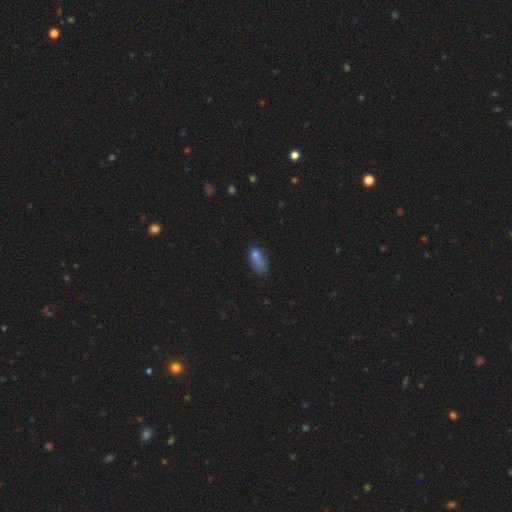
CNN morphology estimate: A smooth galaxy with no disk features (67%) that is in between round and cigar-shaped (74%).

Vote fractions:
- Smooth or featured? smooth: 67% / star or artifact: 19% / featured or disk: 14%
- How rounded? in between: 74% / cigar-shaped: 14% / round: 12%
- Merging? none: 38% / minor disturbance: 28% / major disturbance: 23% / merger: 10%